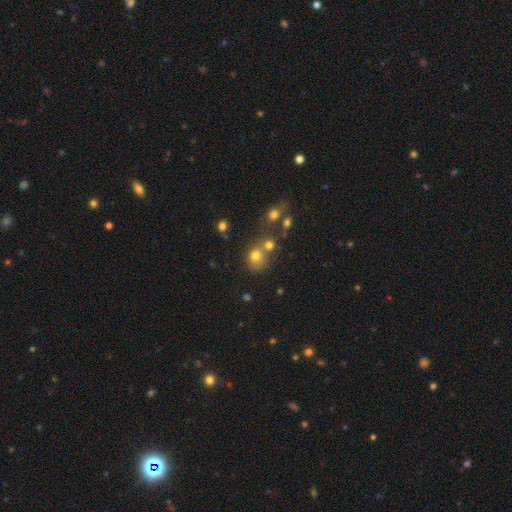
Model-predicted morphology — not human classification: smooth_or_featured: smooth (p=0.73) [alt: star or artifact p=0.16]
how_rounded: round (p=0.76) [alt: in between p=0.23]
merging: none (p=0.45) [alt: merger p=0.38]